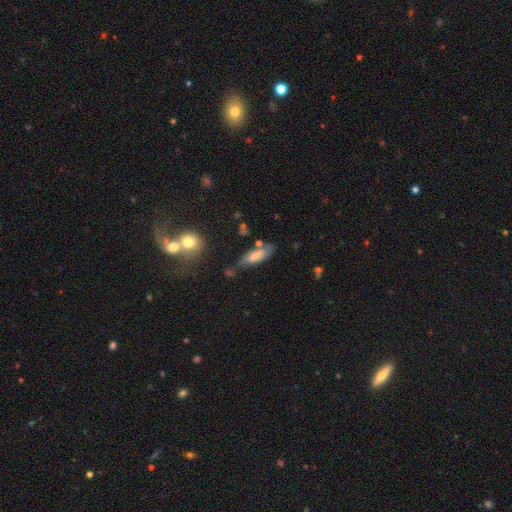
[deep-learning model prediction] Smooth or featured? smooth (66%)
How rounded? in between (63%)
Merging? none (63%)